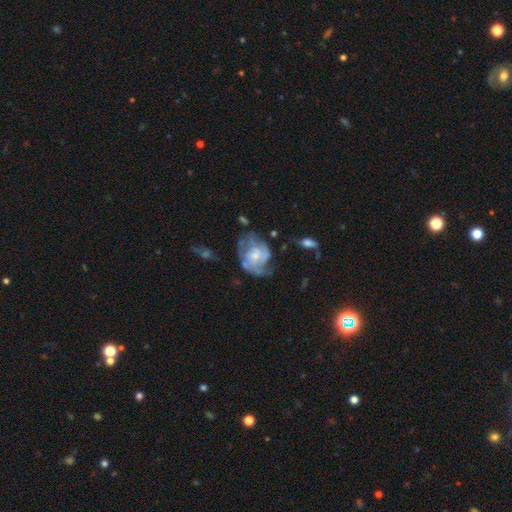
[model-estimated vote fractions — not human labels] Smooth or featured?
  - featured or disk: 69% *
  - smooth: 24%
  - star or artifact: 7%
Edge-on disk?
  - no: 97% *
  - yes: 3%
Bar?
  - no: 73% *
  - weak: 23%
  - strong: 4%
Spiral arms?
  - yes: 72% *
  - no: 28%
Bulge size?
  - small: 45% *
  - moderate: 37%
  - none: 10%
  - large: 7%
  - dominant: 2%
Merging?
  - none: 43% *
  - minor disturbance: 26%
  - major disturbance: 26%
  - merger: 4%